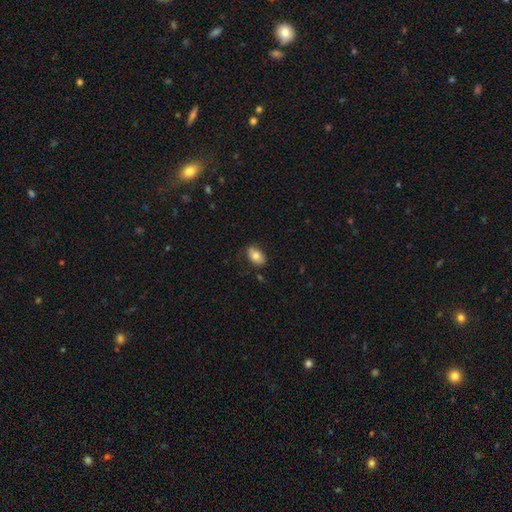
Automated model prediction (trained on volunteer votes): Smooth or featured? smooth (76%)
How rounded? in between (89%)
Merging? none (74%)